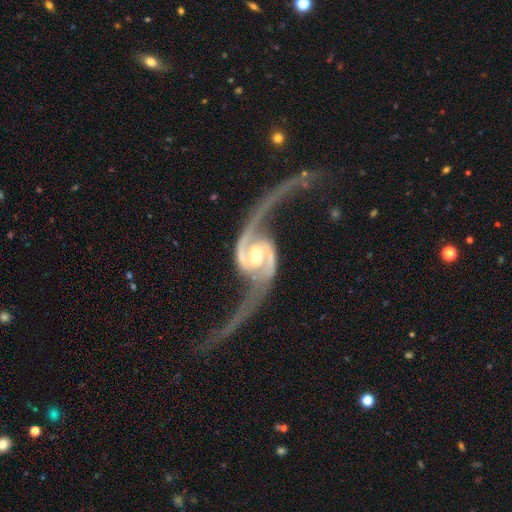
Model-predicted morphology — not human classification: smooth-or-featured: featured or disk: 94% | star or artifact: 4% | smooth: 3%
  disk-edge-on: no: 97% | yes: 3%
    bar: no: 41% | weak: 38% | strong: 21%
    has-spiral-arms: yes: 98% | no: 2%
      spiral-winding: loose: 66% | medium: 25% | tight: 9%
      spiral-arm-count: 2: 94% | can't tell: 1% | 1: 1% | 3: 1% | 4: 1% | more than 4: 1%
    bulge-size: moderate: 69% | small: 24% | large: 4% | none: 2% | dominant: 1%
  merging: none: 51% | major disturbance: 29% | minor disturbance: 13% | merger: 6%